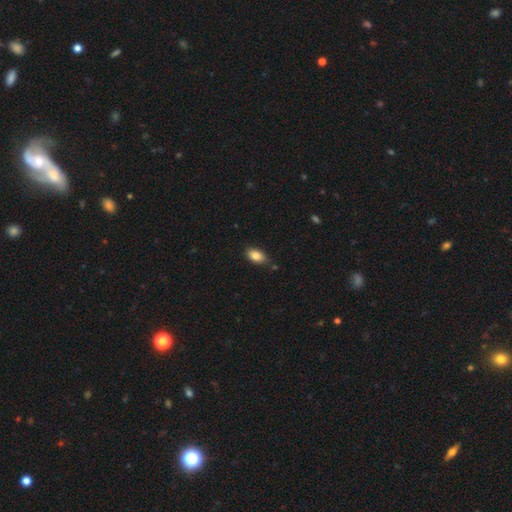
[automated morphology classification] This is clearly a smooth galaxy (84%). How rounded: clearly in between (90%). Merging: likely none (79%).